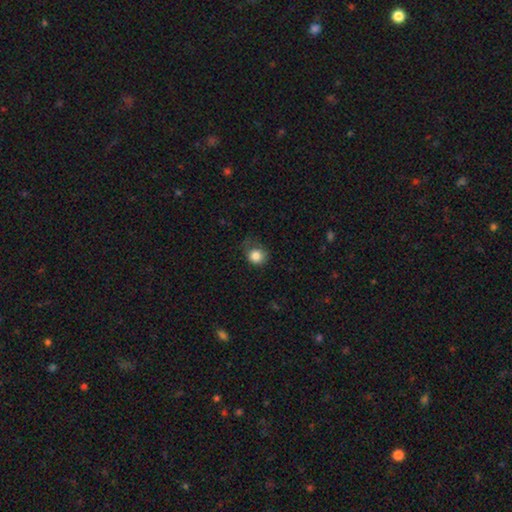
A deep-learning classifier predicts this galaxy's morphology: The model was most divided on "merging": none: 51%, minor disturbance: 32%, major disturbance: 15%, merger: 2%. More confident: smooth or featured — smooth (84%); how rounded — round (81%).